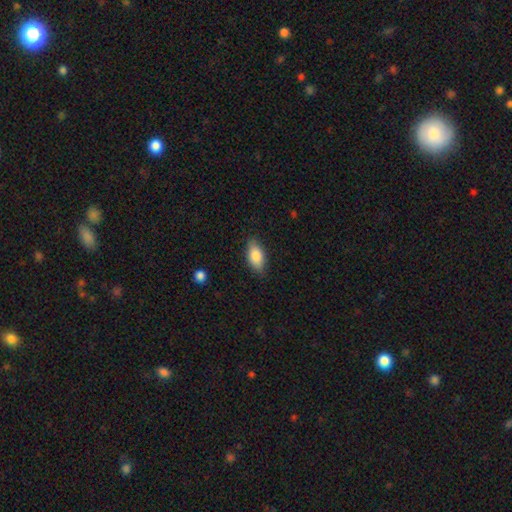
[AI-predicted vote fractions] Q: Smooth or featured?
A: smooth (81%); runner-up: featured or disk (12%)
Q: How rounded?
A: in between (88%); runner-up: cigar-shaped (8%)
Q: Merging?
A: none (83%); runner-up: minor disturbance (13%)